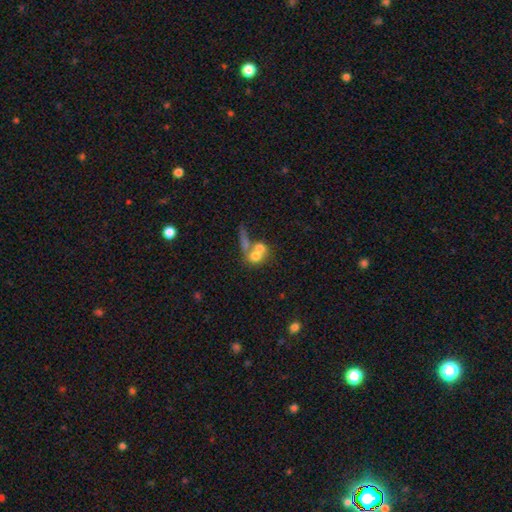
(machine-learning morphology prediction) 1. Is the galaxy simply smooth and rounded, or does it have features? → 61% smooth, 28% featured or disk, 11% star or artifact.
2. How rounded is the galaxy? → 62% round, 34% in between, 4% cigar-shaped.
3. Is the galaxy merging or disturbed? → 65% merger, 19% none, 10% major disturbance, 6% minor disturbance.